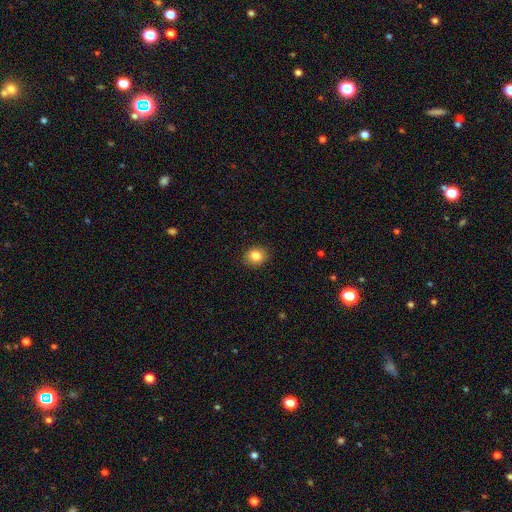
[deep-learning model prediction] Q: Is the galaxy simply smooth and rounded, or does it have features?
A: smooth — 85%.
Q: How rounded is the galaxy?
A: round — 63%.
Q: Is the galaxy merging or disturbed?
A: none — 89%.